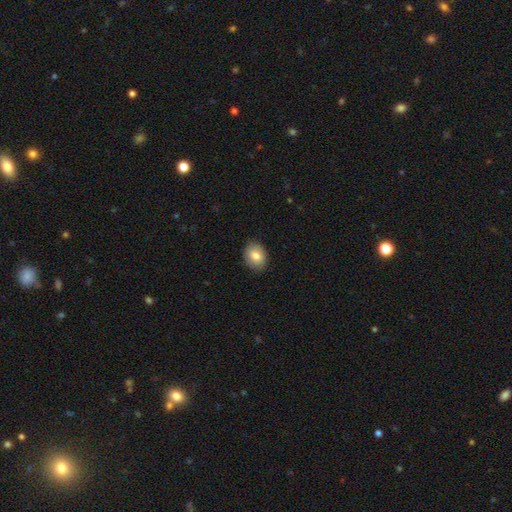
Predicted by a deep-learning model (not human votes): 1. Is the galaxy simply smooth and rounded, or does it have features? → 83% smooth, 10% featured or disk, 8% star or artifact.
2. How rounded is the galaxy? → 57% in between, 42% round, 1% cigar-shaped.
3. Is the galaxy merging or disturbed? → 88% none, 9% minor disturbance, 2% major disturbance, 1% merger.